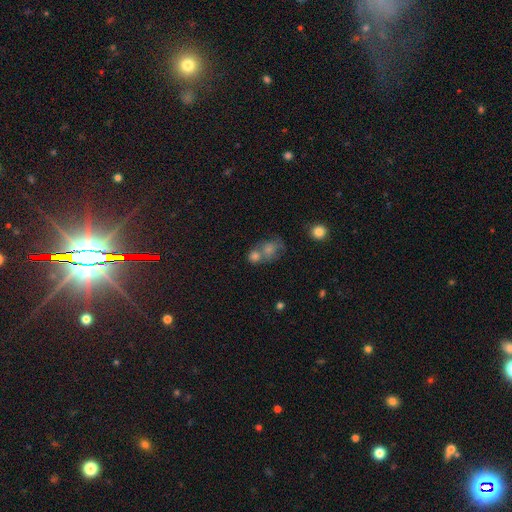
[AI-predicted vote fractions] Overall: smooth (69%). How rounded: round (55%; in between 44%). Merging: merger (51%; none 32%).